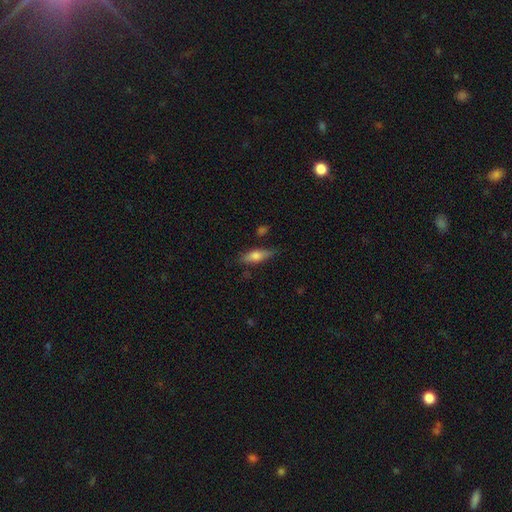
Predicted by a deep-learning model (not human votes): Smooth or featured? Predicted: smooth (p=0.60). How rounded? Predicted: cigar-shaped (p=0.51). Merging? Predicted: none (p=0.77).